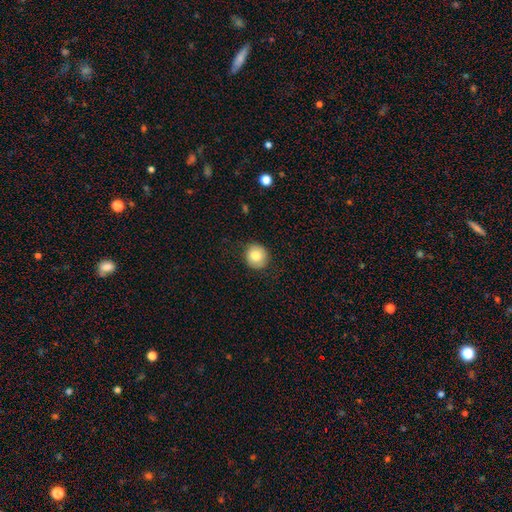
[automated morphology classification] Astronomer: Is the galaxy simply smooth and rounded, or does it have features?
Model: smooth — 80%.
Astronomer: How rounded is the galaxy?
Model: round — 90%.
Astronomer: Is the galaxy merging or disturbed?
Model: none — 87%.